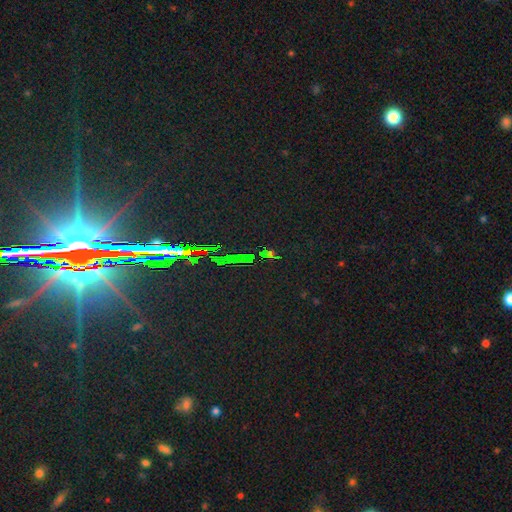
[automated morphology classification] Overall: star or artifact (82%).